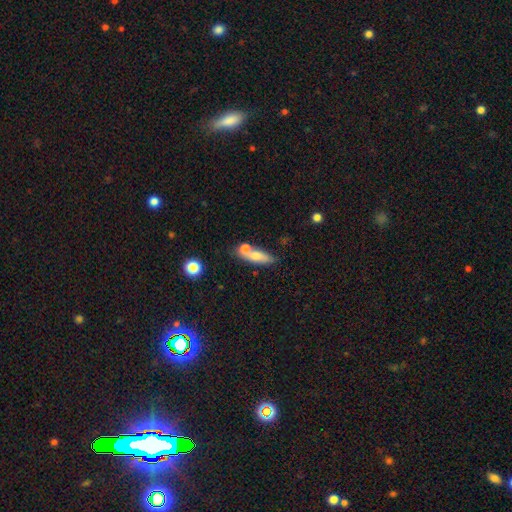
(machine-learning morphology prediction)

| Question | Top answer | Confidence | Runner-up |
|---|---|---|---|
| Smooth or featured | smooth | 69% | featured or disk (22%) |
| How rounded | in between | 52% | cigar-shaped (41%) |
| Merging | none | 50% | merger (30%) |